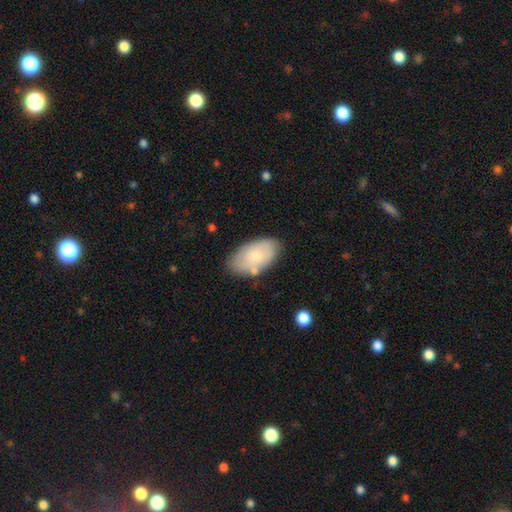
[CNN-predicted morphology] smooth 73%, featured or disk 21%, star or artifact 6%. Down the decision tree: how rounded — in between (94%); merging — none (74%).